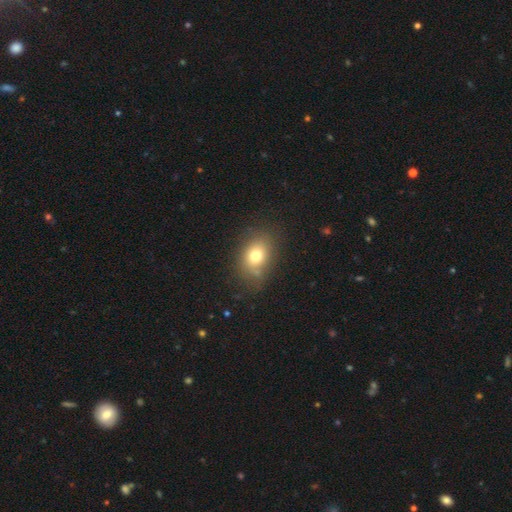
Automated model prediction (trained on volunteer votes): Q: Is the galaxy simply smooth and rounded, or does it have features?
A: smooth — 73%.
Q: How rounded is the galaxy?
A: in between — 65%.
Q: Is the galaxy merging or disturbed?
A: none — 73%.